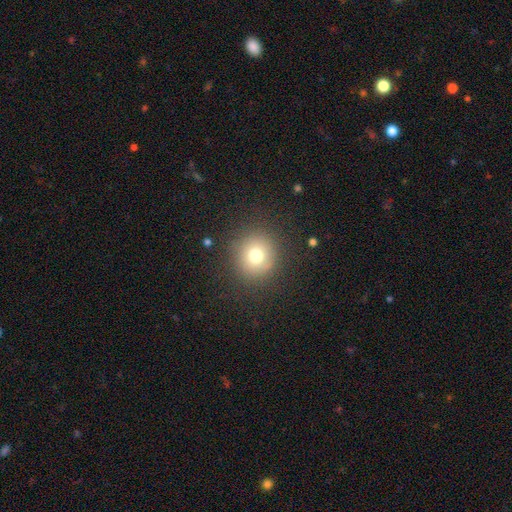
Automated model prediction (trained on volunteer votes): The model was most divided on "smooth or featured": smooth: 75%, star or artifact: 14%, featured or disk: 11%. More confident: how rounded — round (90%); merging — none (87%).